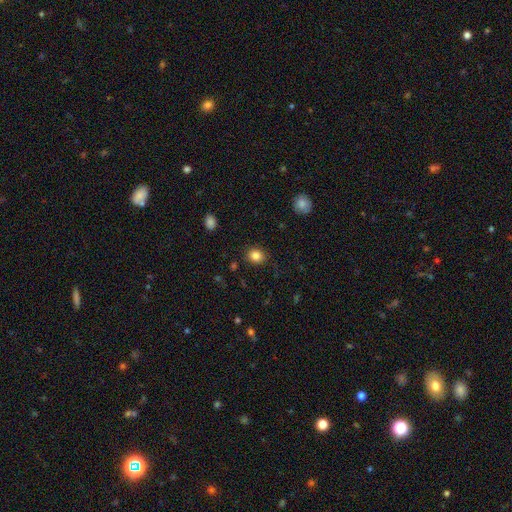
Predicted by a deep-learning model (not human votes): This is clearly a smooth galaxy (85%). How rounded: likely round (71%). Merging: clearly none (88%).